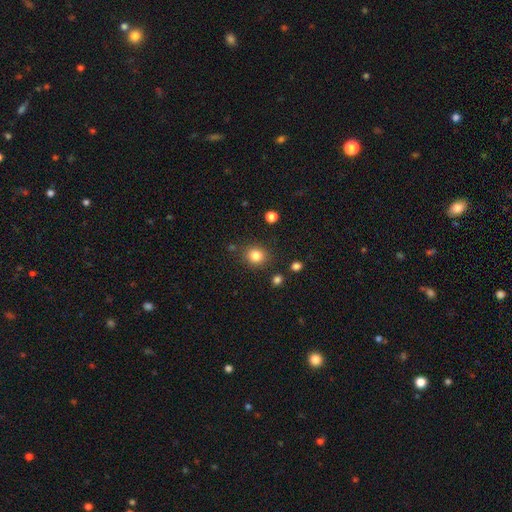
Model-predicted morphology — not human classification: Overall: smooth (83%). How rounded: round (80%). Merging: none (84%).